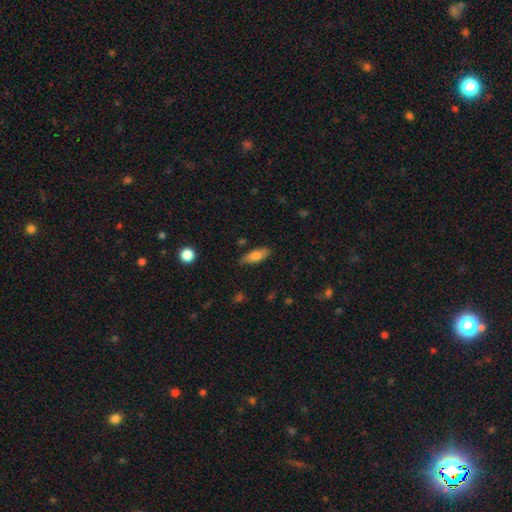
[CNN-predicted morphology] This appears to be a smooth galaxy with no disk features (75%) that is in between round and cigar-shaped (72%). Merging: none (81%).